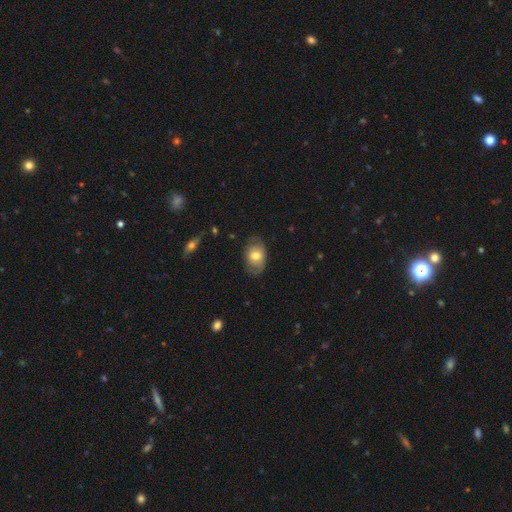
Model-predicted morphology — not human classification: smooth-or-featured: smooth: 64% | featured or disk: 29% | star or artifact: 7%
  how-rounded: in between: 82% | round: 17% | cigar-shaped: 1%
  merging: none: 69% | minor disturbance: 23% | major disturbance: 6% | merger: 1%